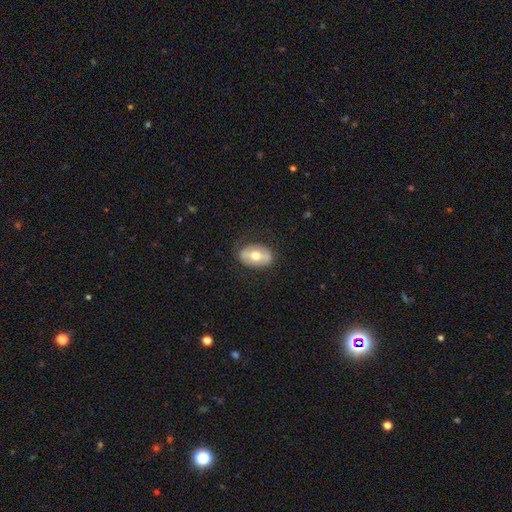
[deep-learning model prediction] This appears to be a smooth galaxy with no disk features (55%) that is in between round and cigar-shaped (86%). Merging: none (81%).